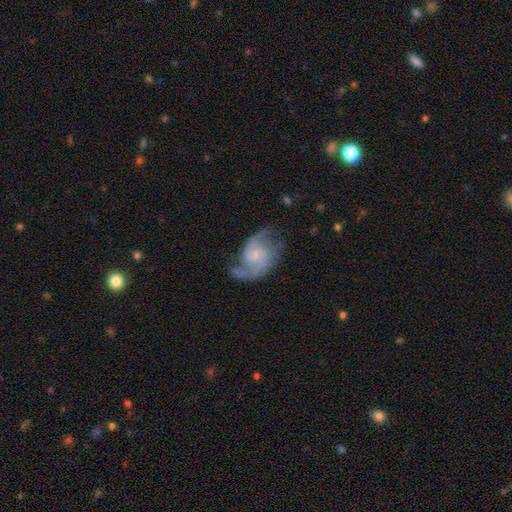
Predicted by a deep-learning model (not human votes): Q: Smooth or featured?
A: featured or disk (87%); runner-up: smooth (8%)
Q: Edge-on disk?
A: no (98%); runner-up: yes (2%)
Q: Bar?
A: no (49%); runner-up: weak (44%)
Q: Spiral arms?
A: yes (96%); runner-up: no (4%)
Q: Spiral winding?
A: medium (52%); runner-up: loose (31%)
Q: Spiral arm count?
A: 2 (85%); runner-up: can't tell (5%)
Q: Bulge size?
A: small (58%); runner-up: moderate (22%)
Q: Merging?
A: none (63%); runner-up: minor disturbance (21%)